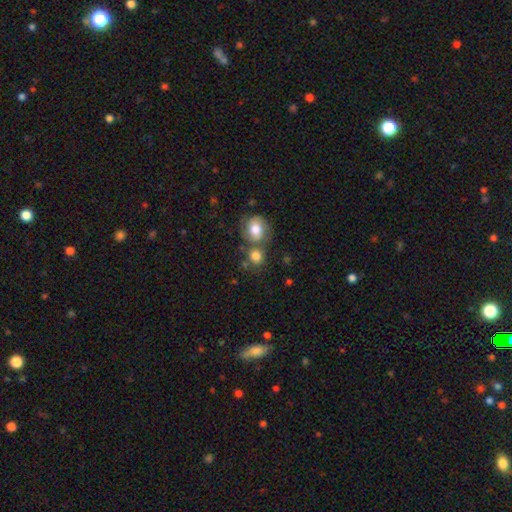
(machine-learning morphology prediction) smooth_or_featured: smooth (p=0.76) [alt: featured or disk p=0.14]
how_rounded: round (p=0.76) [alt: in between p=0.23]
merging: none (p=0.44) [alt: merger p=0.40]